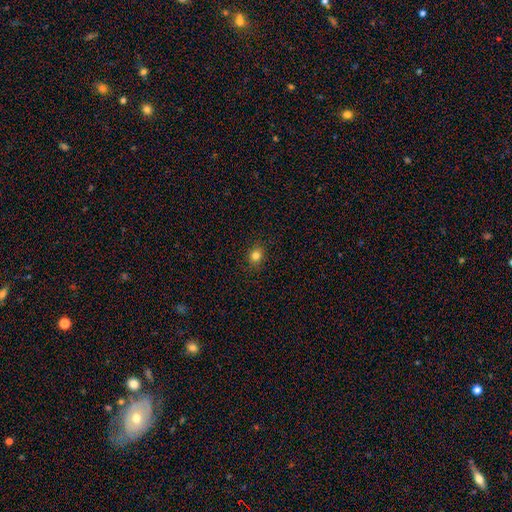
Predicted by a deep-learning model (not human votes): smooth_or_featured: smooth (p=0.80) [alt: star or artifact p=0.14]
how_rounded: round (p=0.66) [alt: in between p=0.32]
merging: none (p=0.89) [alt: minor disturbance p=0.08]